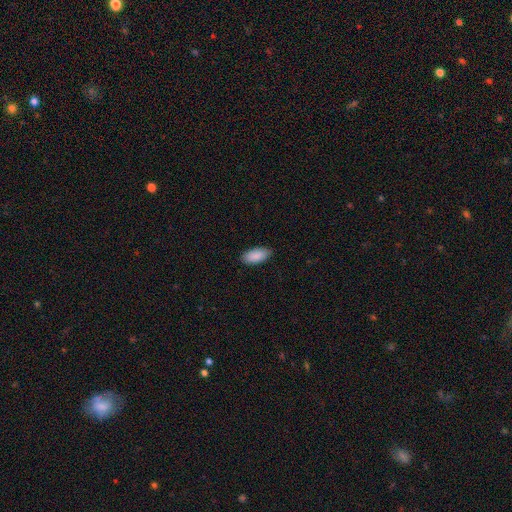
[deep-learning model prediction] The model was most divided on "merging": none: 88%, minor disturbance: 9%, major disturbance: 2%, merger: 1%. More confident: how rounded — in between (91%); smooth or featured — smooth (91%).